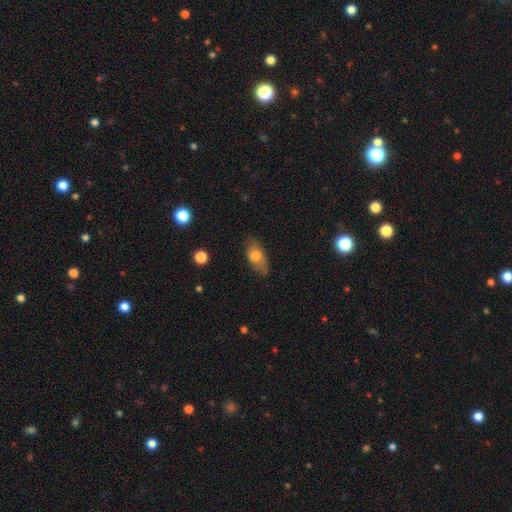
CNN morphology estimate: Overall: smooth (70%). How rounded: in between (88%). Merging: none (71%).